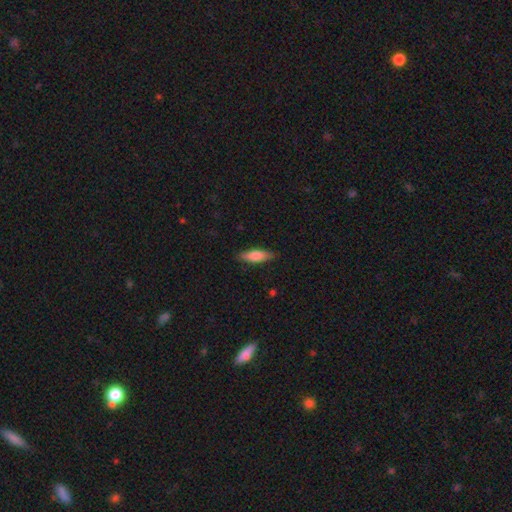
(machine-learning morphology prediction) Smooth or featured? Predicted: smooth (p=0.76). How rounded? Predicted: cigar-shaped (p=0.52). Merging? Predicted: none (p=0.85).